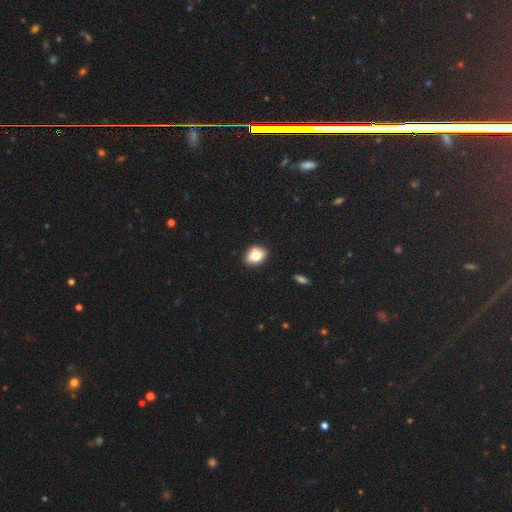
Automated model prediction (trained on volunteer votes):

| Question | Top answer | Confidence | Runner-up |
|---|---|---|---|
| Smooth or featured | smooth | 78% | featured or disk (12%) |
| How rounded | in between | 67% | round (32%) |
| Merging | none | 84% | minor disturbance (13%) |